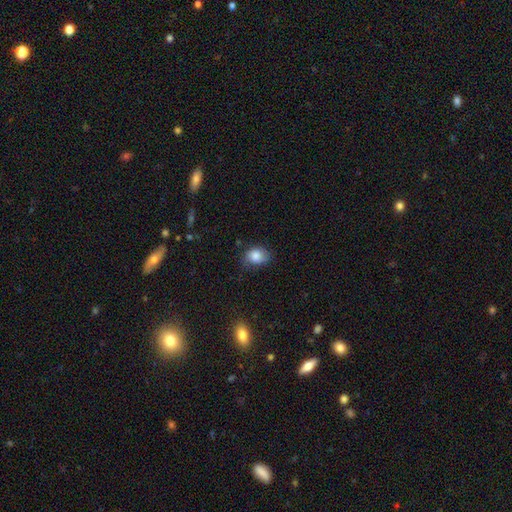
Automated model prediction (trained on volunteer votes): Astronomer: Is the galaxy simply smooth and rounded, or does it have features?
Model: smooth — 81%.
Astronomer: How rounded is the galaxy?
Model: in between — 58% (runner-up: round, 41%).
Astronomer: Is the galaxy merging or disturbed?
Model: none — 60%.